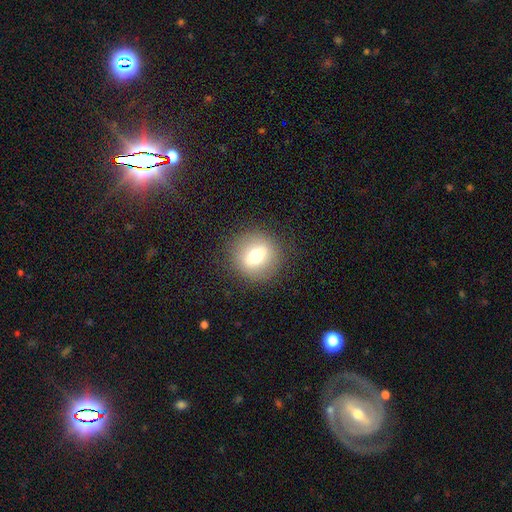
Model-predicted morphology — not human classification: This appears to be a smooth galaxy with no disk features (63%) that is round (87%). Merging: none (87%).